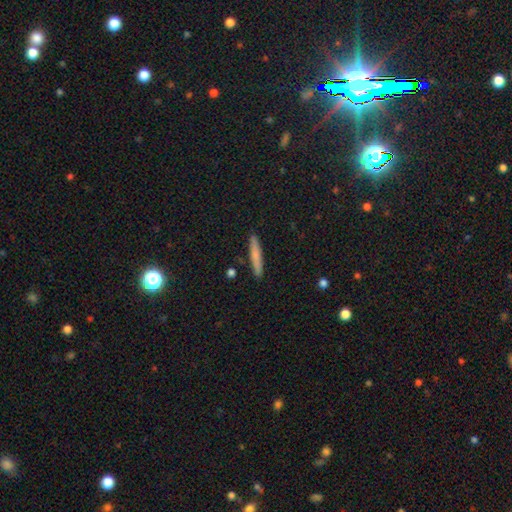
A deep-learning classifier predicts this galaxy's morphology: smooth-or-featured: smooth: 73% | featured or disk: 21% | star or artifact: 7%
  how-rounded: cigar-shaped: 93% | in between: 5% | round: 1%
  merging: none: 89% | minor disturbance: 8% | merger: 2% | major disturbance: 2%